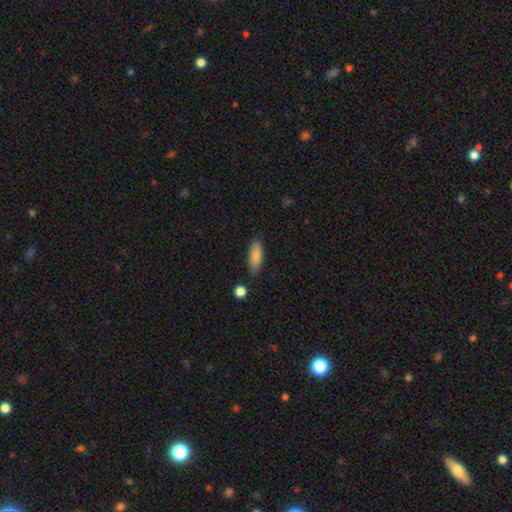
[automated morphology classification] type=smooth (85%); roundness=in between (79%); merging=none (80%).